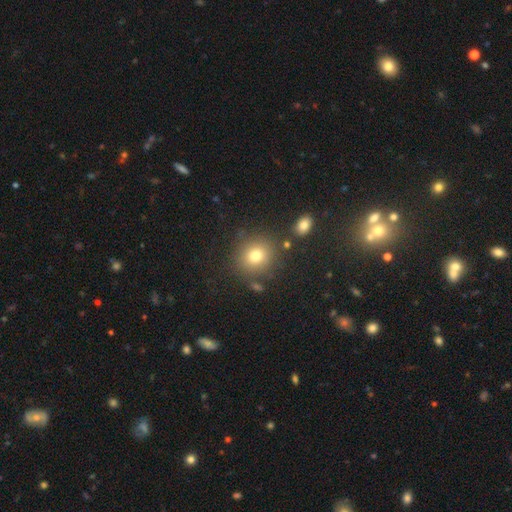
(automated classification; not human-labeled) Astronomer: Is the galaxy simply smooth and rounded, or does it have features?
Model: smooth — 76%.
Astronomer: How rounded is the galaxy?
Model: round — 80%.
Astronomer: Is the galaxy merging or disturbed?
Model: none — 80%.